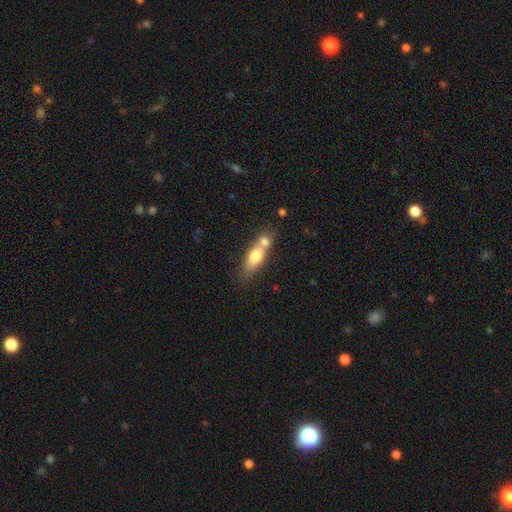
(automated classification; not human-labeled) A smooth galaxy with no disk features (70%) that is in between round and cigar-shaped (65%). Merging: merger (56%).